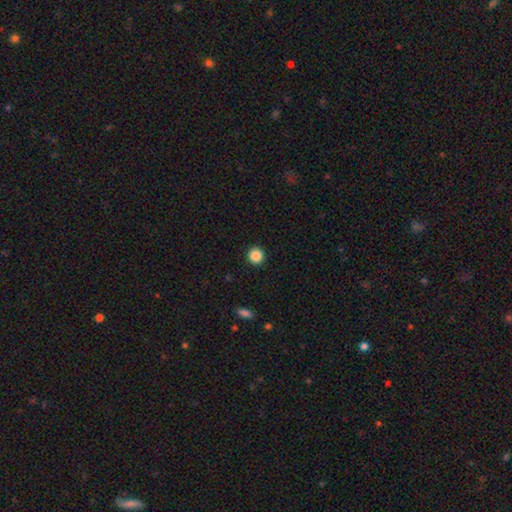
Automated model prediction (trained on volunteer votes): smooth 87%, star or artifact 10%, featured or disk 3%. Down the decision tree: how rounded — round (94%); merging — none (93%).